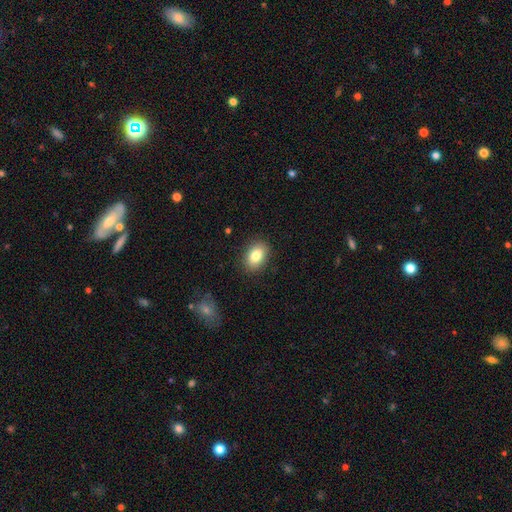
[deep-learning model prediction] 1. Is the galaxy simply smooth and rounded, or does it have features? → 82% smooth, 9% featured or disk, 8% star or artifact.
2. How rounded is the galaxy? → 79% in between, 19% round, 1% cigar-shaped.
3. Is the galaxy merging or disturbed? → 88% none, 9% minor disturbance, 2% major disturbance, 1% merger.